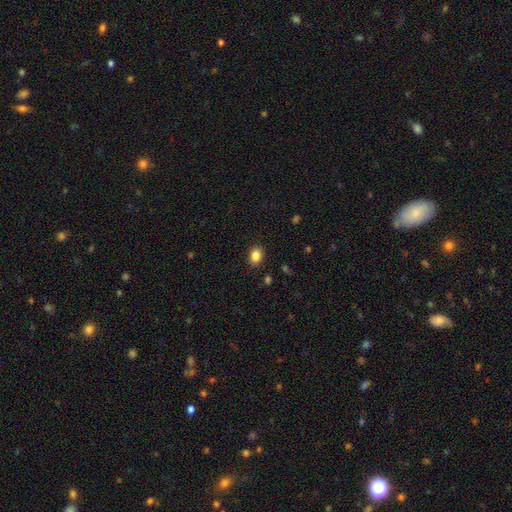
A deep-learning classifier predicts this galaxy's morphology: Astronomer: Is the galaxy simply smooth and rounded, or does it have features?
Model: smooth — 86%.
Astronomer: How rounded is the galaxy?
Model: in between — 67%.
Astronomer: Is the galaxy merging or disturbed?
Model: none — 88%.